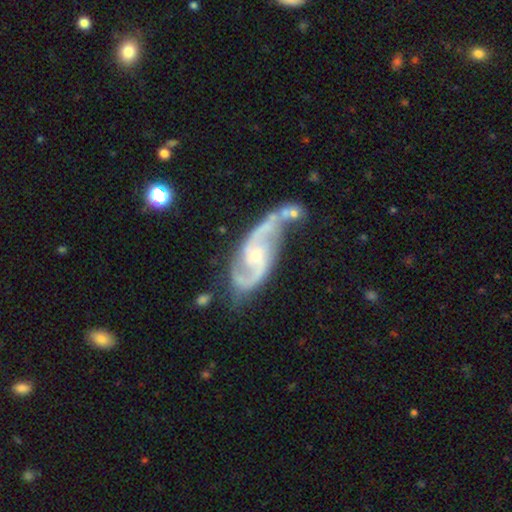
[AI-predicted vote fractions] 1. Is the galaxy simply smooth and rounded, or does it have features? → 90% featured or disk, 5% smooth, 5% star or artifact.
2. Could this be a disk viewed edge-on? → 96% no, 4% yes.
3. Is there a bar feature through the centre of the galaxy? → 52% no, 37% weak, 11% strong.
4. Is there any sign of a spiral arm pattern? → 97% yes, 3% no.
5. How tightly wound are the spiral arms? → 49% medium, 34% loose, 17% tight.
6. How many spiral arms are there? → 91% 2, 3% can't tell, 2% 3, 2% 1, 1% 4, 1% more than 4.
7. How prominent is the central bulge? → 62% small, 32% moderate, 3% none, 1% large, 1% dominant.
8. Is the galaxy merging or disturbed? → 39% none, 24% minor disturbance, 23% merger, 15% major disturbance.